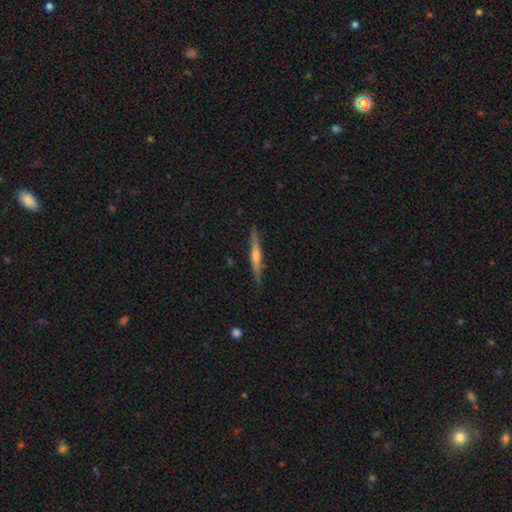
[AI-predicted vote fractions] This is likely a featured or disk galaxy (72%). It is clearly viewed edge-on (98%). Edge-on bulge: likely rounded (74%). Merging: clearly none (90%).